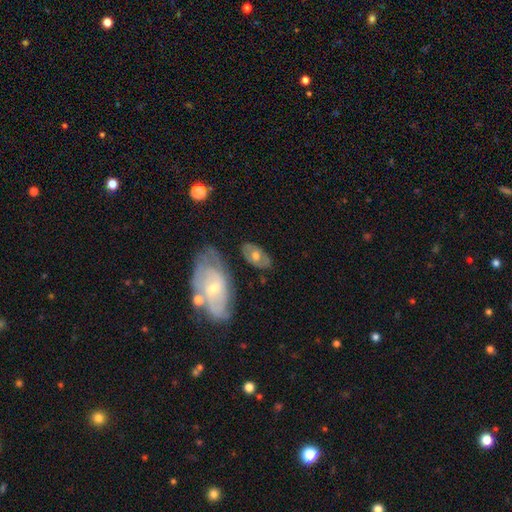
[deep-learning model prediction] Smooth or featured: smooth — 49% (featured or disk — 45%)
Merging: none — 74% (minor disturbance — 16%)